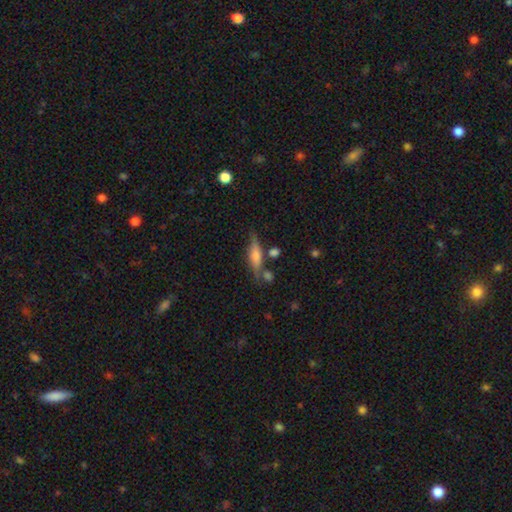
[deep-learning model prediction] smooth_or_featured: featured or disk (p=0.49) [alt: smooth p=0.41]
merging: none (p=0.71) [alt: minor disturbance p=0.15]